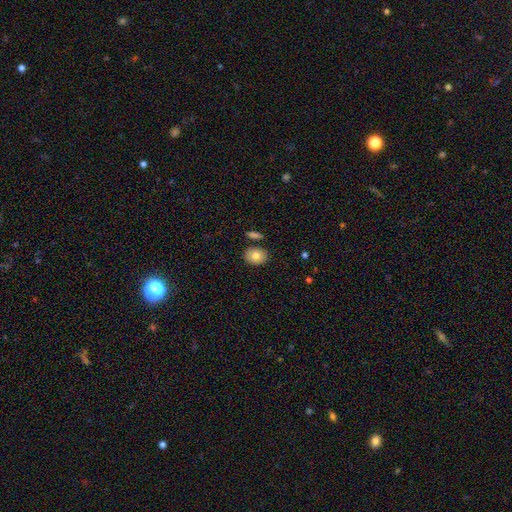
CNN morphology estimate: Q: Smooth or featured?
A: smooth (81%); runner-up: featured or disk (12%)
Q: How rounded?
A: in between (64%); runner-up: round (35%)
Q: Merging?
A: none (82%); runner-up: minor disturbance (10%)